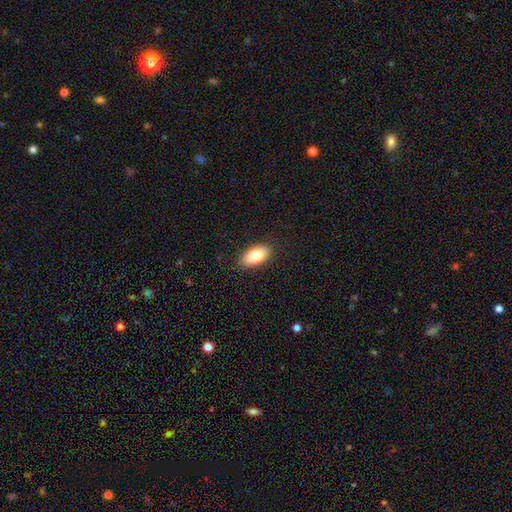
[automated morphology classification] A smooth galaxy with no disk features (84%) that is in between round and cigar-shaped (93%).

Vote fractions:
- Smooth or featured? smooth: 84% / featured or disk: 10% / star or artifact: 7%
- How rounded? in between: 93% / cigar-shaped: 4% / round: 3%
- Merging? none: 88% / minor disturbance: 9% / major disturbance: 2% / merger: 1%